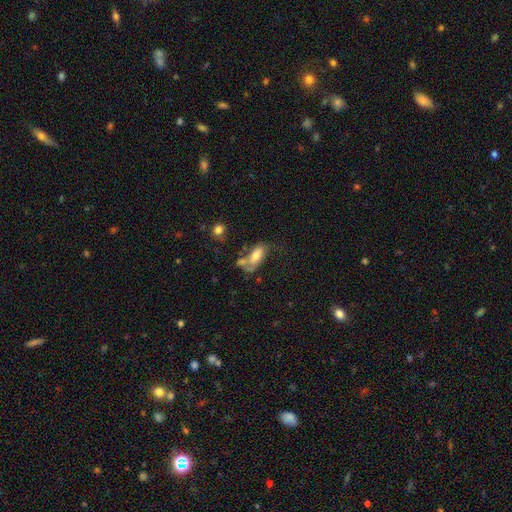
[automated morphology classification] Smooth or featured? Predicted: smooth (p=0.57). How rounded? Predicted: in between (p=0.85). Merging? Predicted: major disturbance (p=0.28).